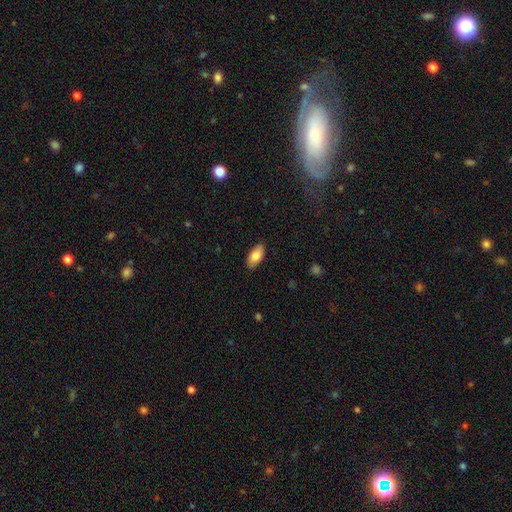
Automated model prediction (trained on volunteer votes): A smooth galaxy with no disk features (82%) that is in between round and cigar-shaped (91%).

Vote fractions:
- Smooth or featured? smooth: 82% / featured or disk: 11% / star or artifact: 6%
- How rounded? in between: 91% / cigar-shaped: 6% / round: 3%
- Merging? none: 87% / minor disturbance: 10% / major disturbance: 2% / merger: 1%